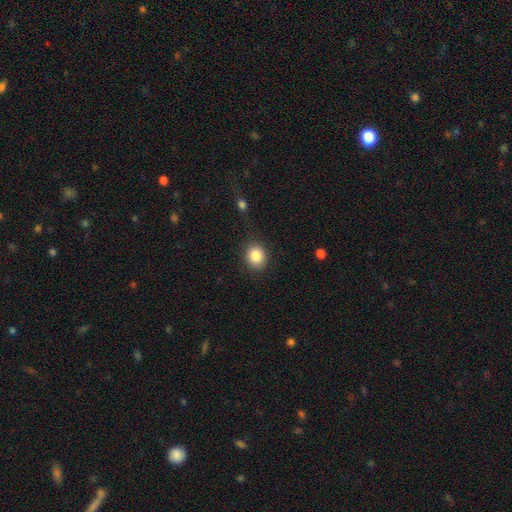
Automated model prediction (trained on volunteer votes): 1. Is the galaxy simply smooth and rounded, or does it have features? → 86% smooth, 9% star or artifact, 5% featured or disk.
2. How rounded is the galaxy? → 72% round, 27% in between, 1% cigar-shaped.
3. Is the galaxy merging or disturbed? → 85% none, 10% minor disturbance, 3% major disturbance, 2% merger.